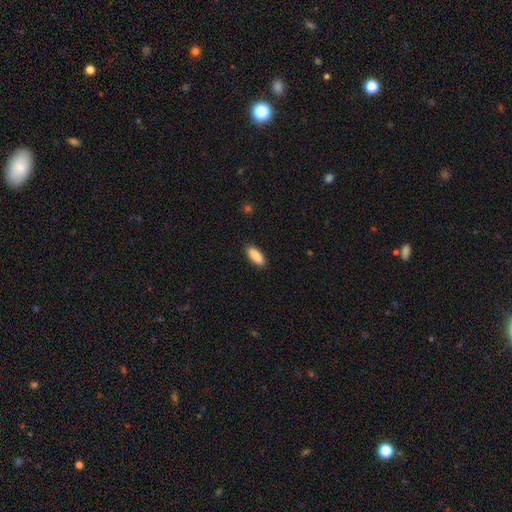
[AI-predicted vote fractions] Smooth or featured? smooth (90%)
How rounded? in between (75%)
Merging? none (88%)